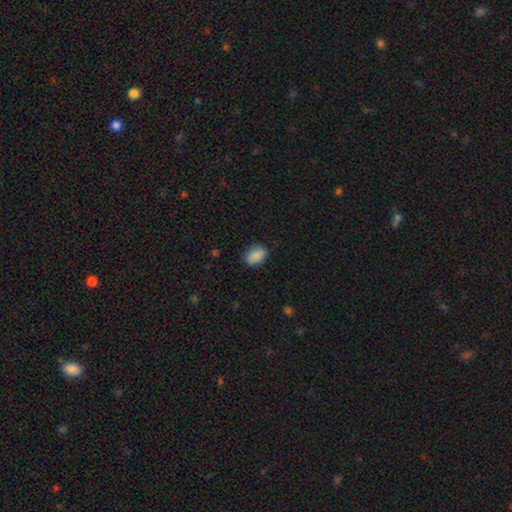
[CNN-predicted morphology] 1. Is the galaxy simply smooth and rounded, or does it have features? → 89% smooth, 7% star or artifact, 3% featured or disk.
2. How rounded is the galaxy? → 84% in between, 14% round, 1% cigar-shaped.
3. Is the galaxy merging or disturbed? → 85% none, 12% minor disturbance, 3% major disturbance, 1% merger.